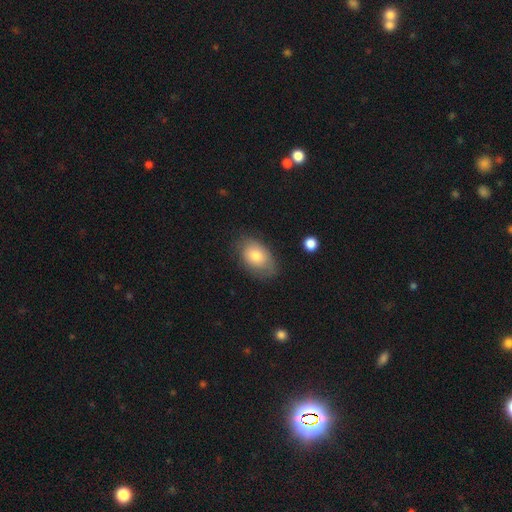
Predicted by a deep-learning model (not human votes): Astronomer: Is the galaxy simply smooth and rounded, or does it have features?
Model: smooth — 74%.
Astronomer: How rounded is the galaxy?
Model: in between — 85%.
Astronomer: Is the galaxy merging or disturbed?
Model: none — 68%.